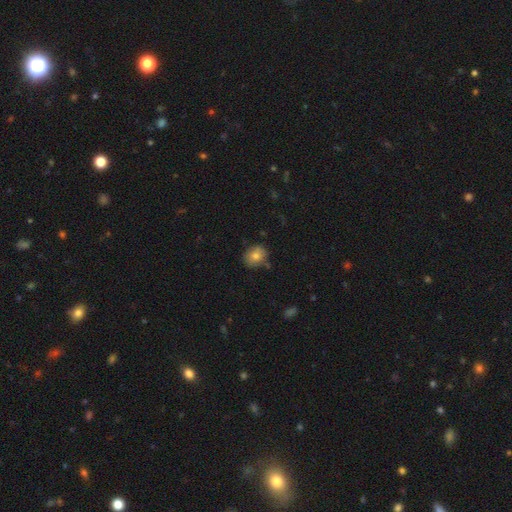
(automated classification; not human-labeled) The model was most divided on "how rounded": round: 63%, in between: 36%, cigar-shaped: 1%. More confident: merging — none (78%); smooth or featured — smooth (78%).